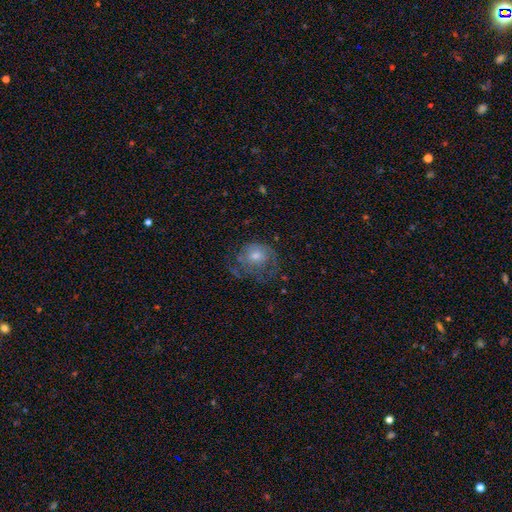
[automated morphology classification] type=featured or disk (55%); edge-on=no (97%); bar=no (78%); spiral arms=yes (67%); bulge=moderate (54%); merging=none (50%).